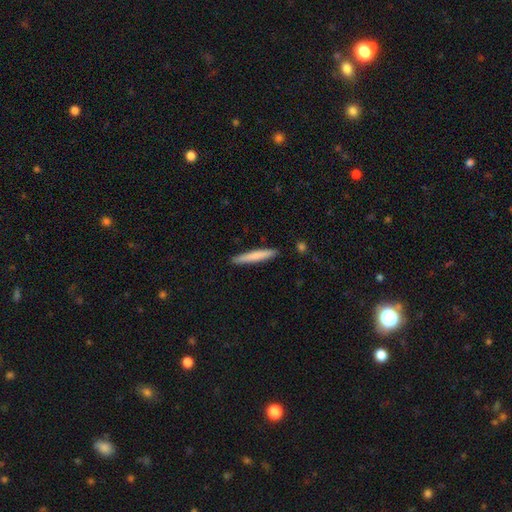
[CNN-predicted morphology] This is likely a smooth galaxy (75%). How rounded: clearly cigar-shaped (95%). Merging: clearly none (90%).